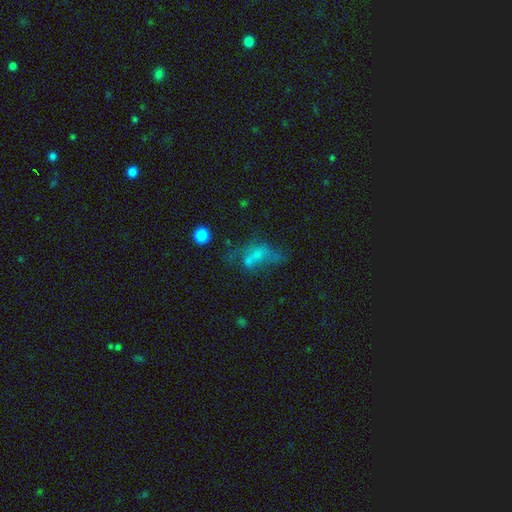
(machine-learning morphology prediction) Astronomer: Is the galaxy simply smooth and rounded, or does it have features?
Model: smooth — 44% (runner-up: featured or disk, 35%).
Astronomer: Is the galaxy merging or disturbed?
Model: major disturbance — 33% (runner-up: none, 30%).